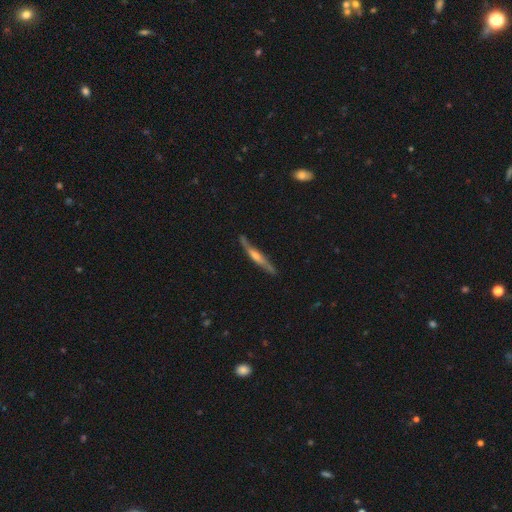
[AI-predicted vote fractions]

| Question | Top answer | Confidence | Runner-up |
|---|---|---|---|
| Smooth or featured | featured or disk | 69% | smooth (25%) |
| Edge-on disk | yes | 93% | no (7%) |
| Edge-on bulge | rounded | 65% | none (20%) |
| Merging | none | 80% | minor disturbance (15%) |